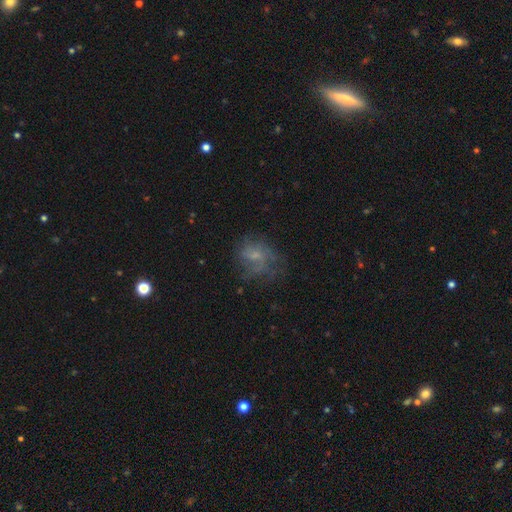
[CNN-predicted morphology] Smooth or featured? Predicted: featured or disk (p=0.54). Edge-on disk? Predicted: no (p=0.97). Bar? Predicted: no (p=0.64). Spiral arms? Predicted: yes (p=0.69). Bulge size? Predicted: small (p=0.51). Merging? Predicted: none (p=0.51).